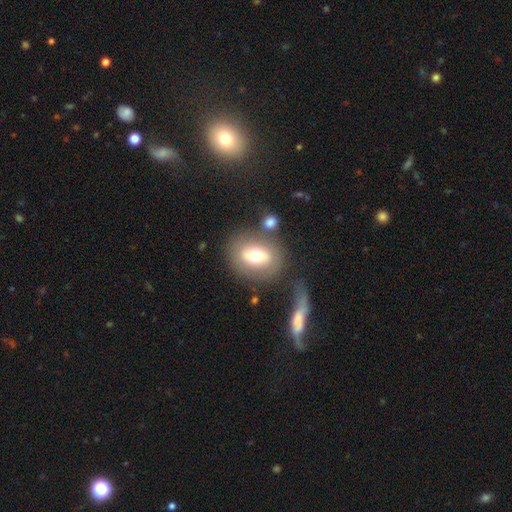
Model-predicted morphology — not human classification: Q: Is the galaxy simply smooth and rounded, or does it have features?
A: smooth — 59%.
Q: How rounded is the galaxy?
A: in between — 53%.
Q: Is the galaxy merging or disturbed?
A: none — 62%.